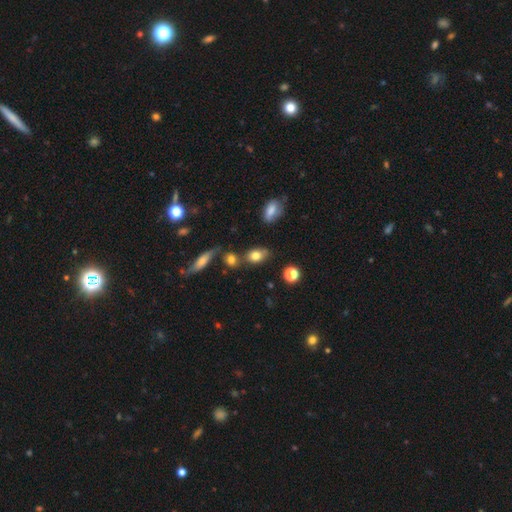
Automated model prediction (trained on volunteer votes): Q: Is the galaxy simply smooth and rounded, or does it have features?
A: smooth — 79%.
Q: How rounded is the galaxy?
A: in between — 76%.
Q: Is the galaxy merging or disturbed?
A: none — 62%.